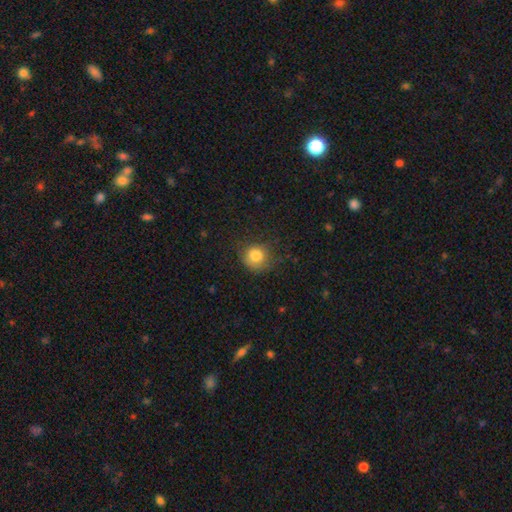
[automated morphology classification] The model was most divided on "merging": none: 68%, minor disturbance: 21%, major disturbance: 10%, merger: 1%. More confident: how rounded — round (85%); smooth or featured — smooth (82%).